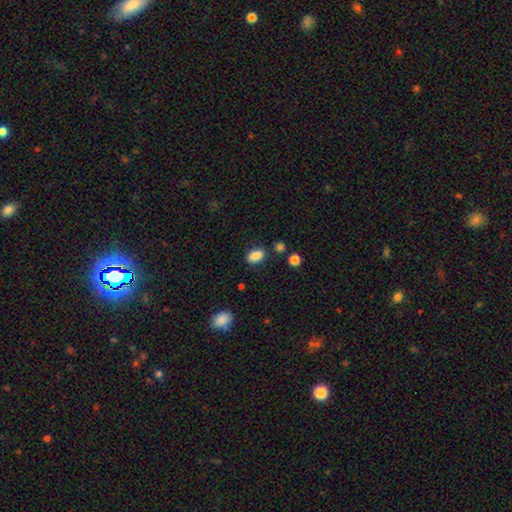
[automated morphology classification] The model was most divided on "merging": none: 81%, minor disturbance: 12%, merger: 3%, major disturbance: 3%. More confident: how rounded — in between (88%); smooth or featured — smooth (87%).